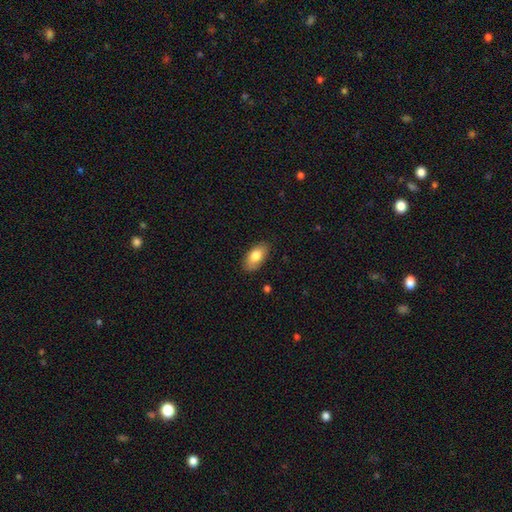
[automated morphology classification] The model was most divided on "smooth or featured": smooth: 81%, featured or disk: 13%, star or artifact: 6%. More confident: how rounded — in between (93%); merging — none (85%).